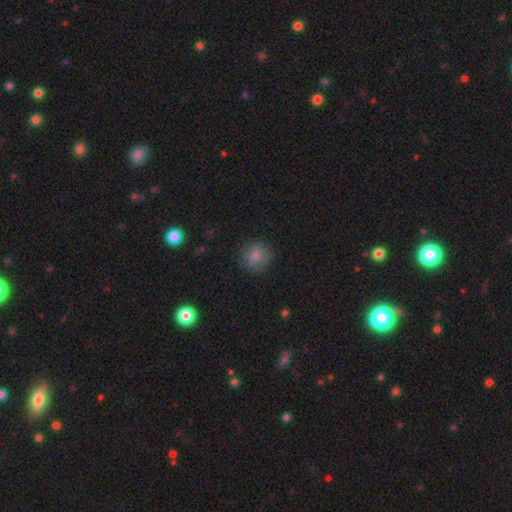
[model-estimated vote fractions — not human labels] Smooth or featured?
  - smooth: 82% *
  - star or artifact: 10%
  - featured or disk: 8%
How rounded?
  - round: 87% *
  - in between: 12%
  - cigar-shaped: 1%
Merging?
  - none: 81% *
  - minor disturbance: 13%
  - major disturbance: 4%
  - merger: 1%